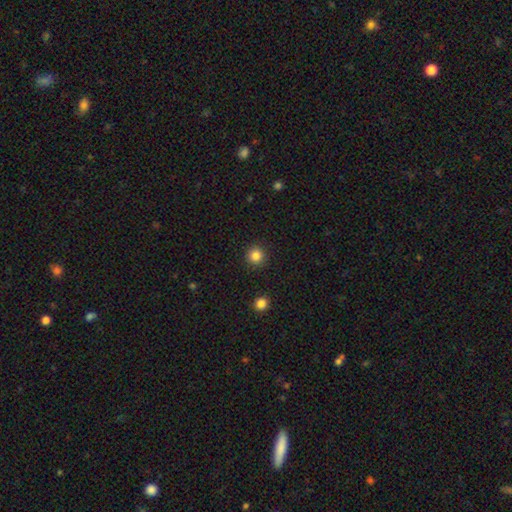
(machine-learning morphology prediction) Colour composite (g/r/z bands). It shows a smooth galaxy with no disk features (84%) that is round (95%). Merging: none (92%).